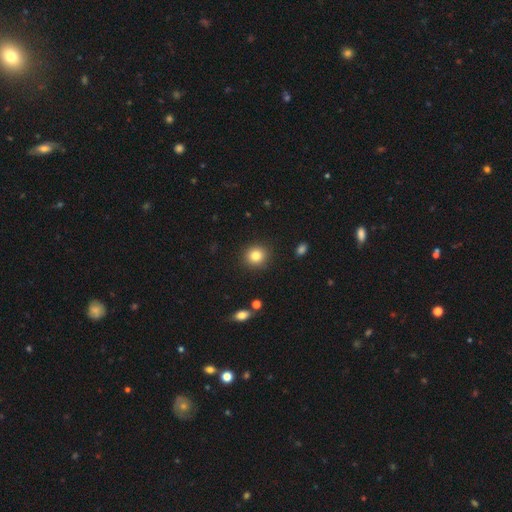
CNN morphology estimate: A smooth galaxy with no disk features (83%) that is round (88%). Merging: none (90%).